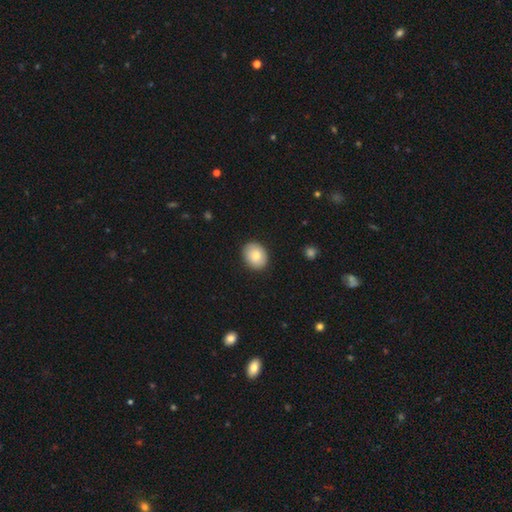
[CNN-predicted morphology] Q: Smooth or featured?
A: smooth (83%); runner-up: featured or disk (10%)
Q: How rounded?
A: in between (54%); runner-up: round (45%)
Q: Merging?
A: none (89%); runner-up: minor disturbance (8%)